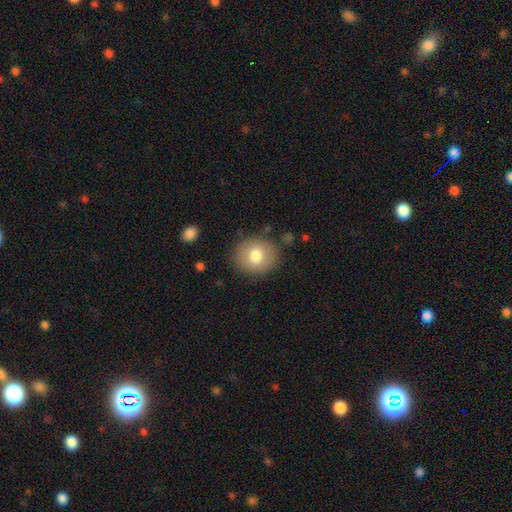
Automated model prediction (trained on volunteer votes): smooth 76%, featured or disk 16%, star or artifact 8%. Down the decision tree: how rounded — round (78%); merging — none (84%).